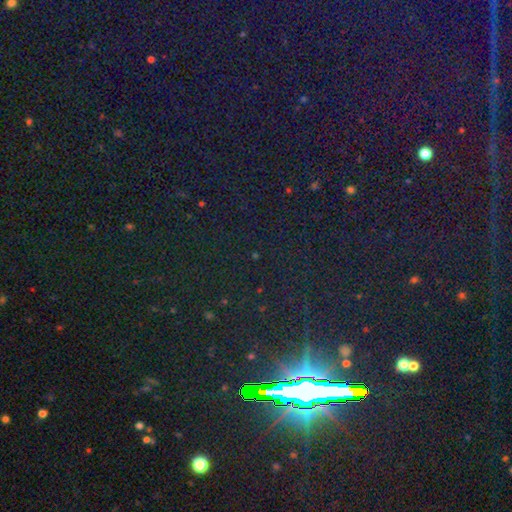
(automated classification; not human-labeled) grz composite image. It shows a star or artifact, not a galaxy (81%).